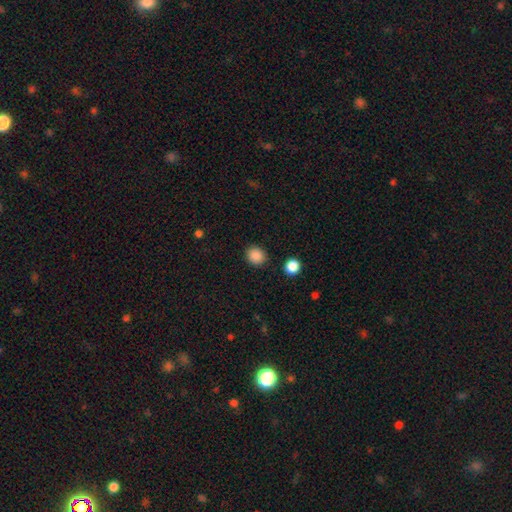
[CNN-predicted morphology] A smooth galaxy with no disk features (88%) that is round (79%). Merging: none (88%).